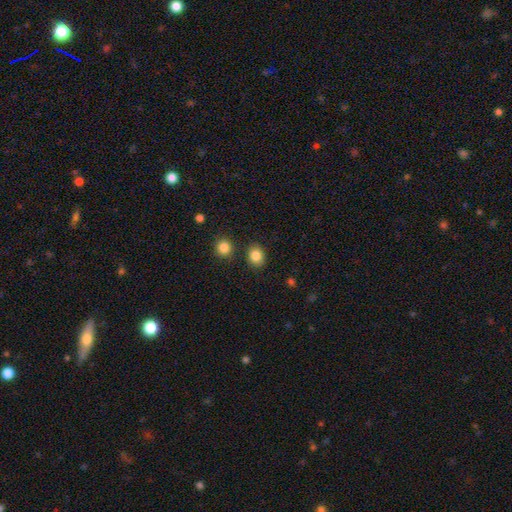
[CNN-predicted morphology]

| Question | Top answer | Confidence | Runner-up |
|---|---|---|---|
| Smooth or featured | smooth | 84% | star or artifact (10%) |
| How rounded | round | 61% | in between (38%) |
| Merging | none | 84% | minor disturbance (9%) |